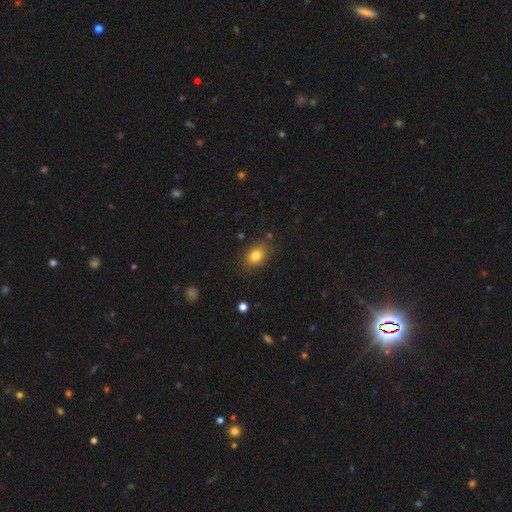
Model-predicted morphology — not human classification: smooth-or-featured: smooth: 81% | star or artifact: 11% | featured or disk: 9%
  how-rounded: in between: 67% | round: 32% | cigar-shaped: 1%
  merging: none: 83% | minor disturbance: 12% | major disturbance: 3% | merger: 2%